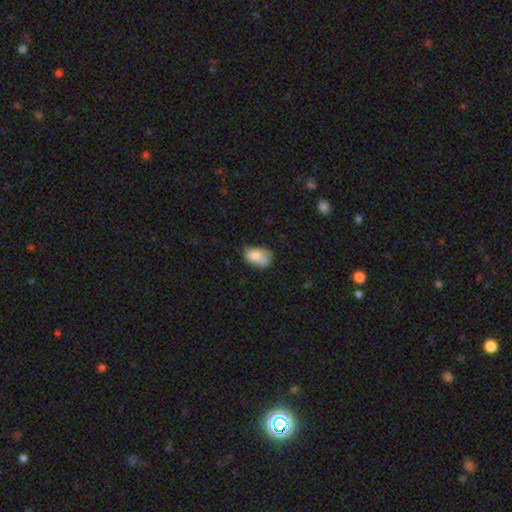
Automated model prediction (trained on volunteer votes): The model was most divided on "merging": none: 38%, minor disturbance: 37%, major disturbance: 18%, merger: 7%. More confident: how rounded — in between (82%); smooth or featured — smooth (72%).